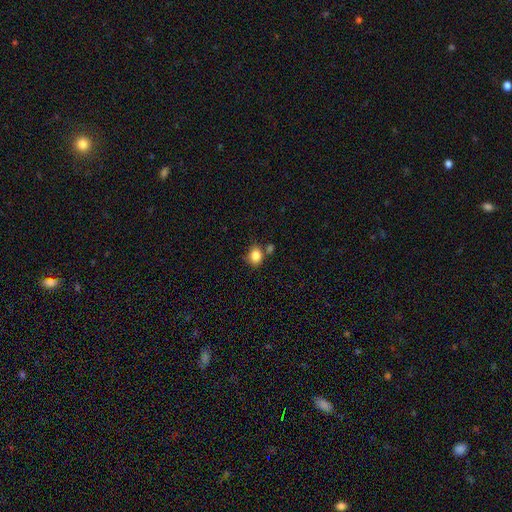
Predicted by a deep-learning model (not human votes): smooth-or-featured: smooth: 84% | star or artifact: 10% | featured or disk: 6%
  how-rounded: in between: 53% | round: 45% | cigar-shaped: 1%
  merging: none: 66% | minor disturbance: 16% | merger: 14% | major disturbance: 4%